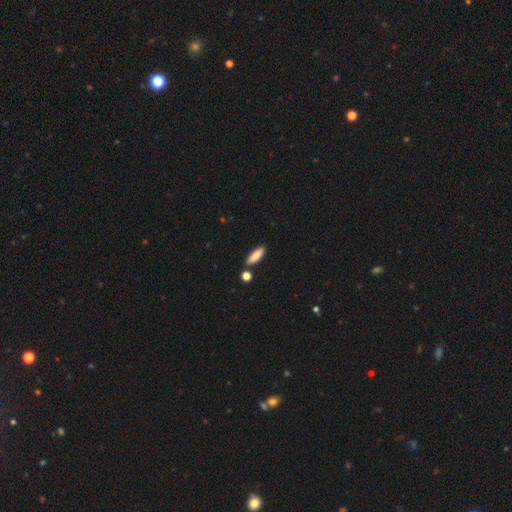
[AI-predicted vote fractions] A smooth galaxy with no disk features (86%) that is in between round and cigar-shaped (49%, tied with cigar-shaped).

Vote fractions:
- Smooth or featured? smooth: 86% / featured or disk: 8% / star or artifact: 6%
- How rounded? in between: 49% (tied) / cigar-shaped: 49% (tied) / round: 2%
- Merging? none: 82% / minor disturbance: 10% / merger: 6% / major disturbance: 2%